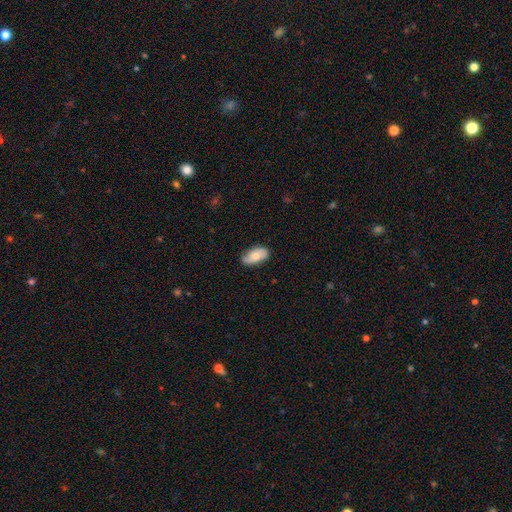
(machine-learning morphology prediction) Smooth or featured? Predicted: smooth (p=0.65). How rounded? Predicted: in between (p=0.93). Merging? Predicted: none (p=0.79).